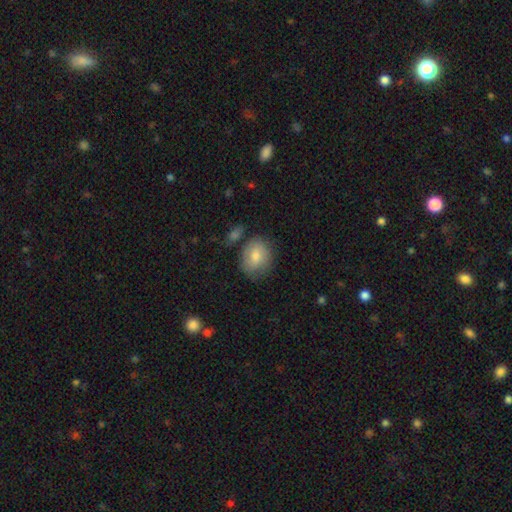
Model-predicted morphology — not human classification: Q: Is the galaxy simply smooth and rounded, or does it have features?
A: smooth — 76%.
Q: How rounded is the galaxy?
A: in between — 53%.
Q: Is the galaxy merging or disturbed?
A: none — 66%.